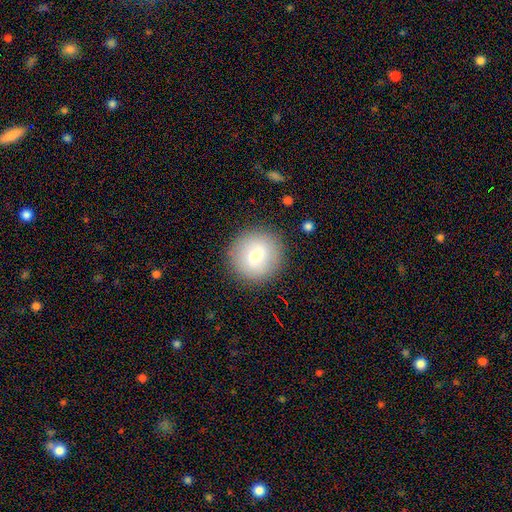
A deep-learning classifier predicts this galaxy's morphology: Q: Smooth or featured?
A: smooth (72%); runner-up: featured or disk (19%)
Q: How rounded?
A: round (93%); runner-up: in between (6%)
Q: Merging?
A: none (88%); runner-up: minor disturbance (8%)